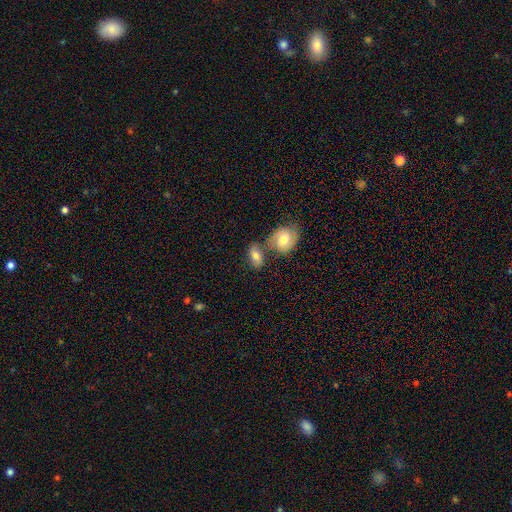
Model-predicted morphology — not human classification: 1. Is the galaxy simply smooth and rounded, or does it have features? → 69% smooth, 23% featured or disk, 8% star or artifact.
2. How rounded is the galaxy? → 85% in between, 11% round, 4% cigar-shaped.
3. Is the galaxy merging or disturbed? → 43% merger, 39% none, 12% minor disturbance, 5% major disturbance.